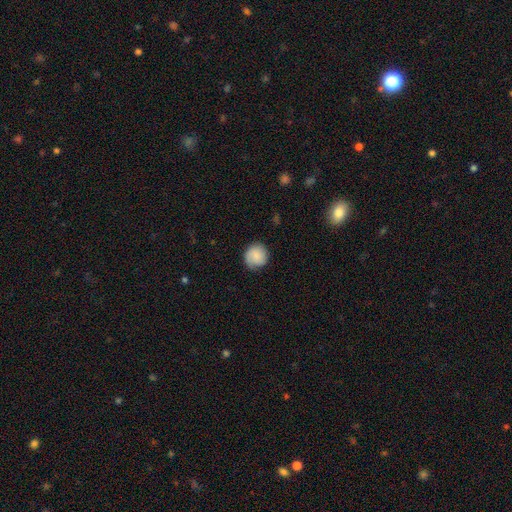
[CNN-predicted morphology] Smooth or featured? smooth (78%)
How rounded? round (90%)
Merging? none (78%)